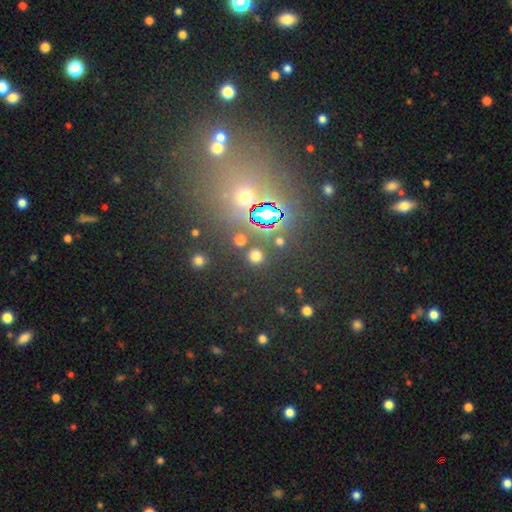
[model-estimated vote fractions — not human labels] Smooth or featured?
  - smooth: 64% *
  - star or artifact: 30%
  - featured or disk: 6%
How rounded?
  - round: 91% *
  - in between: 7%
  - cigar-shaped: 1%
Merging?
  - none: 85% *
  - minor disturbance: 6%
  - merger: 5%
  - major disturbance: 4%